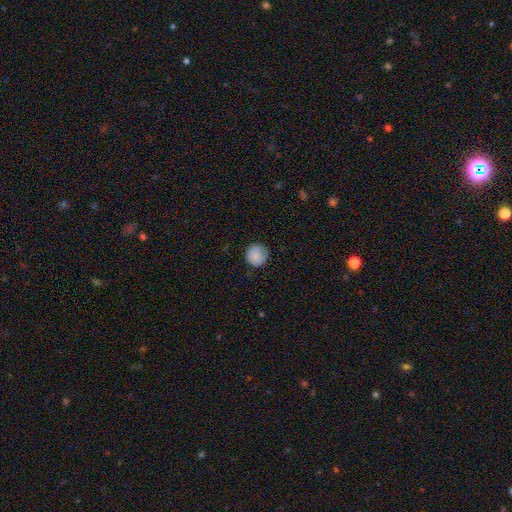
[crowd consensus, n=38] smooth_or_featured: smooth (p=0.89) [alt: star or artifact p=0.08]
how_rounded: round (p=0.97) [alt: cigar-shaped p=0.03]
merging: none (p=0.86) [alt: major disturbance p=0.09]